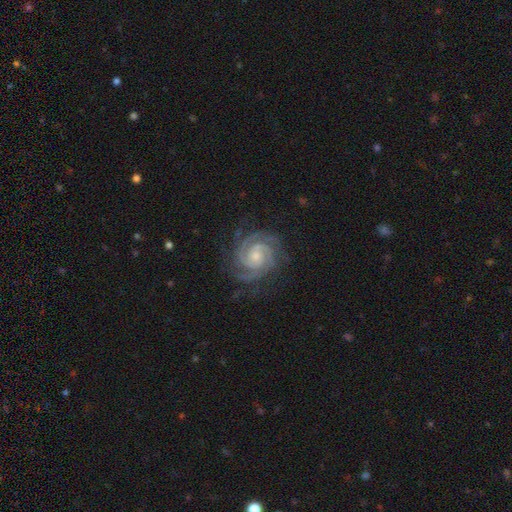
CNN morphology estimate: A featured or disk galaxy (92%) with no bar (60%), 2 (53%) tight (79%) spiral arms (99%) and a small central bulge (63%).

Vote fractions:
- Smooth or featured? featured or disk: 92% / star or artifact: 5% / smooth: 3%
- Edge-on disk? no: 98% / yes: 2%
- Bar? no: 60% / weak: 30% / strong: 10%
- Spiral arms? yes: 99% / no: 1%
- Spiral winding? tight: 79% / medium: 19% / loose: 2%
- Spiral arm count? 2: 53% / 3: 23% / 4: 8% / can't tell: 7% / more than 4: 4% / 1: 4%
- Bulge size? small: 63% / moderate: 31% / none: 4% / large: 2% / dominant: 1%
- Merging? none: 81% / minor disturbance: 14% / major disturbance: 5% / merger: 1%